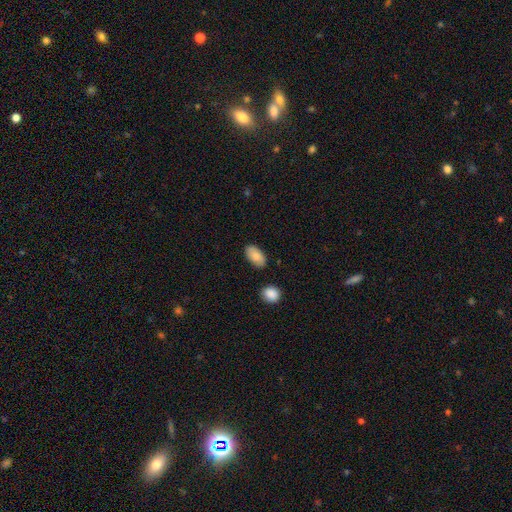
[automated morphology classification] smooth-or-featured: smooth: 86% | featured or disk: 8% | star or artifact: 6%
  how-rounded: in between: 94% | round: 4% | cigar-shaped: 2%
  merging: none: 84% | minor disturbance: 11% | merger: 3% | major disturbance: 2%